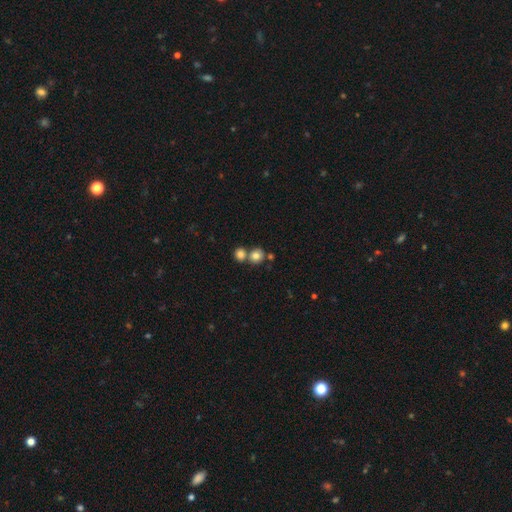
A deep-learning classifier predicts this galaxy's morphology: smooth 80%, star or artifact 11%, featured or disk 9%. Down the decision tree: how rounded — round (84%); merging — none (55%).